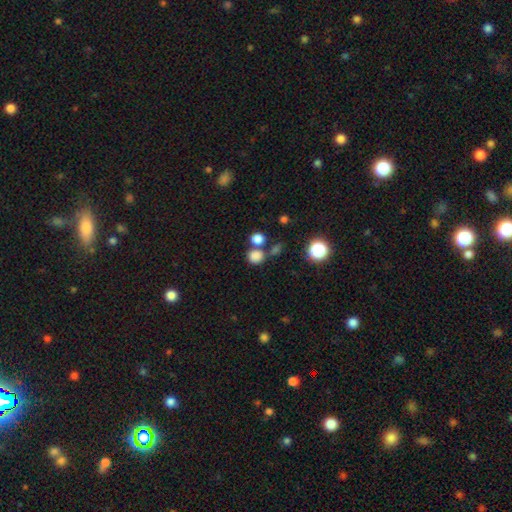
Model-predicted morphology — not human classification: smooth_or_featured: smooth (p=0.80) [alt: star or artifact p=0.14]
how_rounded: round (p=0.84) [alt: in between p=0.15]
merging: none (p=0.57) [alt: merger p=0.29]